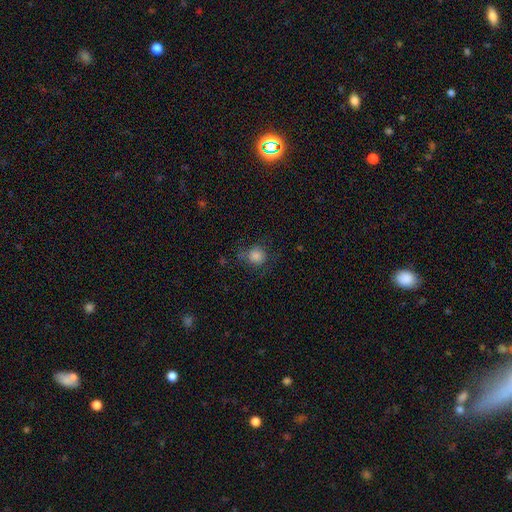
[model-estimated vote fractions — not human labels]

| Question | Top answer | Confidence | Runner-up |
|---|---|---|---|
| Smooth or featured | smooth | 74% | star or artifact (14%) |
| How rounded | round | 87% | in between (12%) |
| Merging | none | 65% | minor disturbance (19%) |